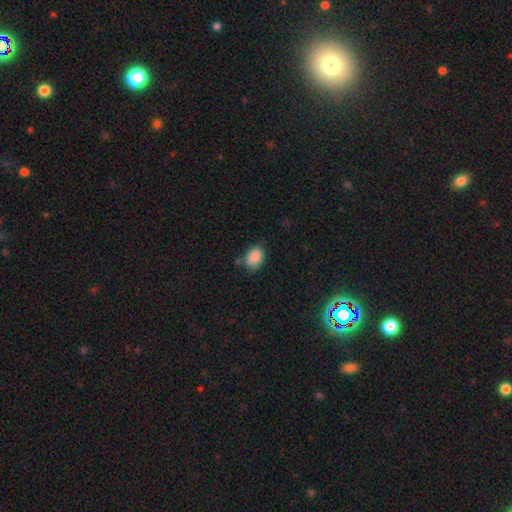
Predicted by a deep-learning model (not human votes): This appears to be a smooth galaxy with no disk features (88%) that is in between round and cigar-shaped (78%). Merging: none (71%).